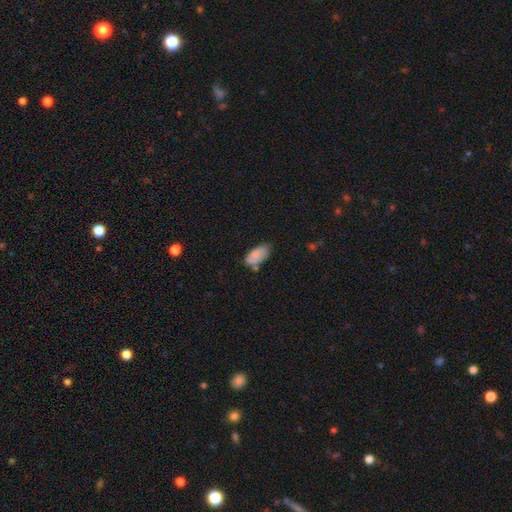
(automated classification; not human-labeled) Smooth or featured: smooth — 74% (featured or disk — 19%)
How rounded: in between — 92% (cigar-shaped — 5%)
Merging: none — 55% (minor disturbance — 30%)